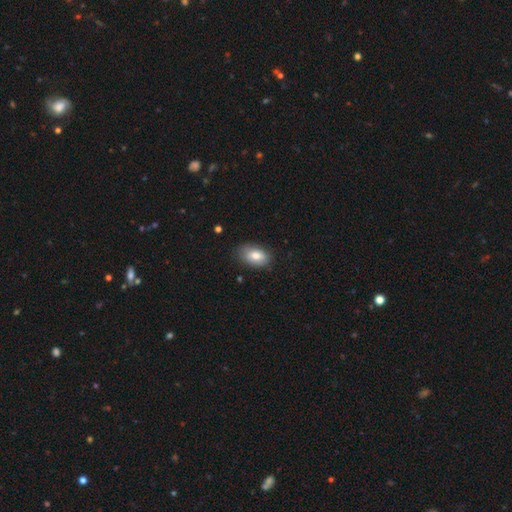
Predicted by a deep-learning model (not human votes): Smooth or featured: smooth — 79% (featured or disk — 14%)
How rounded: in between — 91% (round — 8%)
Merging: none — 79% (minor disturbance — 17%)